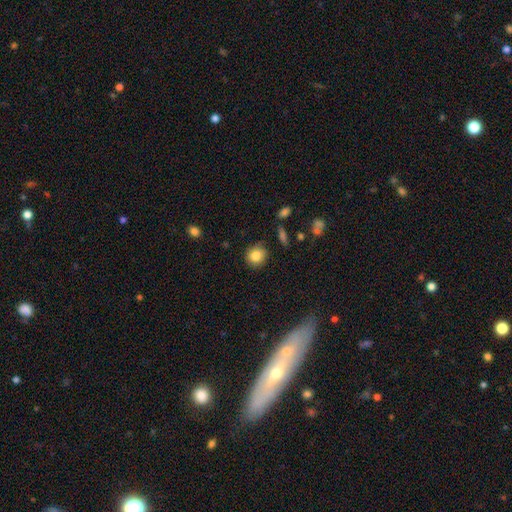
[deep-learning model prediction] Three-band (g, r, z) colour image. It shows a smooth galaxy with no disk features (82%) that is round (83%). Merging: none (77%).